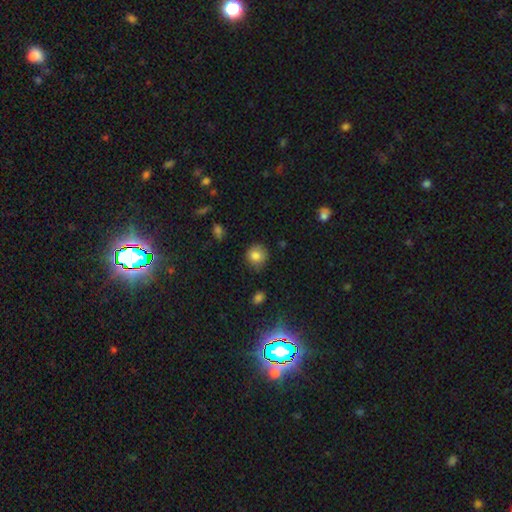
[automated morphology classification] smooth_or_featured: smooth (p=0.82) [alt: star or artifact p=0.11]
how_rounded: round (p=0.87) [alt: in between p=0.12]
merging: none (p=0.78) [alt: minor disturbance p=0.17]